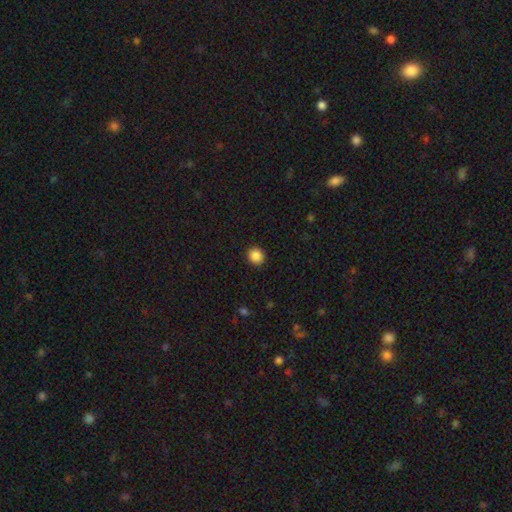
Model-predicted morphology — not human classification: This is clearly a smooth galaxy (87%). How rounded: clearly round (89%). Merging: clearly none (92%).